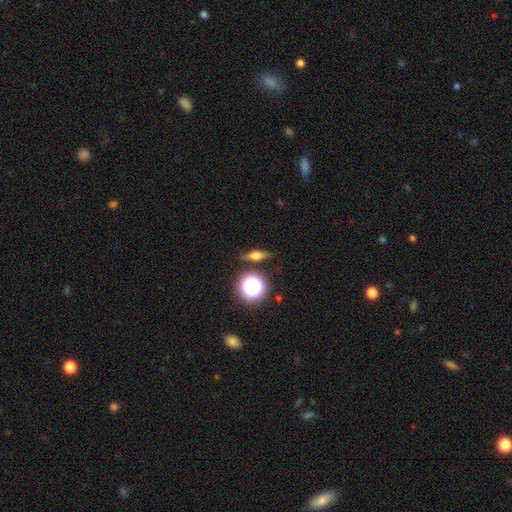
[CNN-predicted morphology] Smooth or featured?
  - featured or disk: 42% * (tied)
  - smooth: 42% * (tied)
  - star or artifact: 16%
Merging?
  - none: 84% *
  - minor disturbance: 11%
  - major disturbance: 3%
  - merger: 3%